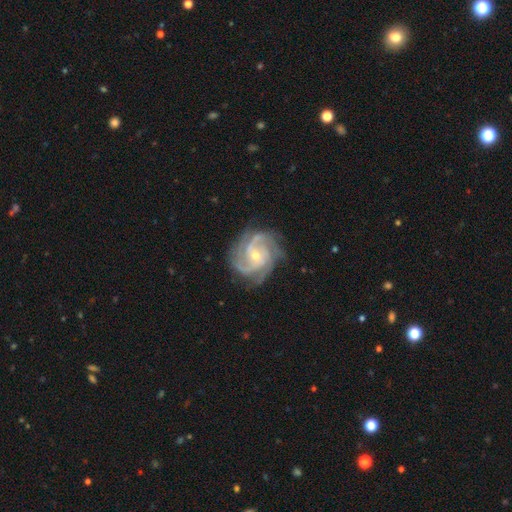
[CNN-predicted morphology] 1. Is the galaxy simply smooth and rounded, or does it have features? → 91% featured or disk, 5% star or artifact, 4% smooth.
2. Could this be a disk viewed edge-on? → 98% no, 2% yes.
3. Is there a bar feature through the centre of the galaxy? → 61% no, 30% weak, 9% strong.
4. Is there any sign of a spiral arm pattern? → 98% yes, 2% no.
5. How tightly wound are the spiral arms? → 54% tight, 40% medium, 6% loose.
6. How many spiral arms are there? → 43% 3, 21% 4, 13% 2, 11% can't tell, 6% more than 4, 6% 1.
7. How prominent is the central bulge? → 62% small, 36% moderate, 1% large, 1% none, 1% dominant.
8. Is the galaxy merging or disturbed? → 77% none, 16% minor disturbance, 5% major disturbance, 1% merger.